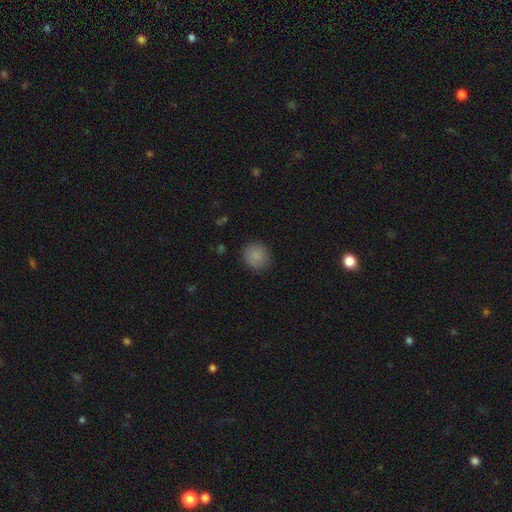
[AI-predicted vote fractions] Q: Smooth or featured?
A: smooth (86%); runner-up: star or artifact (9%)
Q: How rounded?
A: round (84%); runner-up: in between (15%)
Q: Merging?
A: none (86%); runner-up: minor disturbance (10%)